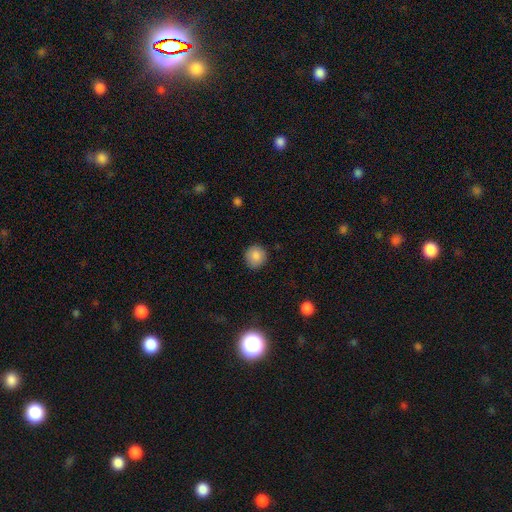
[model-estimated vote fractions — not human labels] A smooth galaxy with no disk features (86%) that is round (91%).

Vote fractions:
- Smooth or featured? smooth: 86% / star or artifact: 9% / featured or disk: 5%
- How rounded? round: 91% / in between: 8% / cigar-shaped: 1%
- Merging? none: 88% / minor disturbance: 9% / major disturbance: 2% / merger: 1%